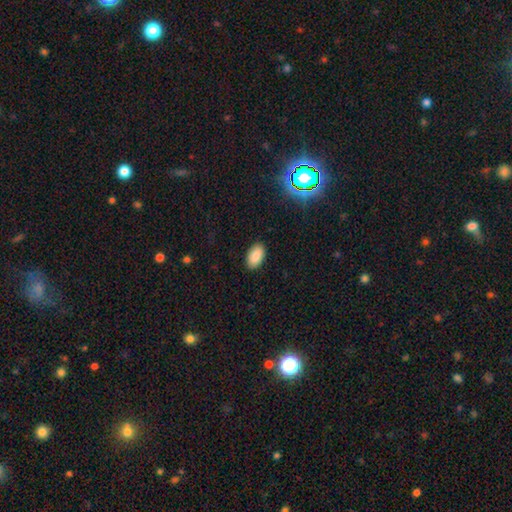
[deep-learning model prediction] Overall: smooth (87%). How rounded: in between (94%). Merging: none (89%).